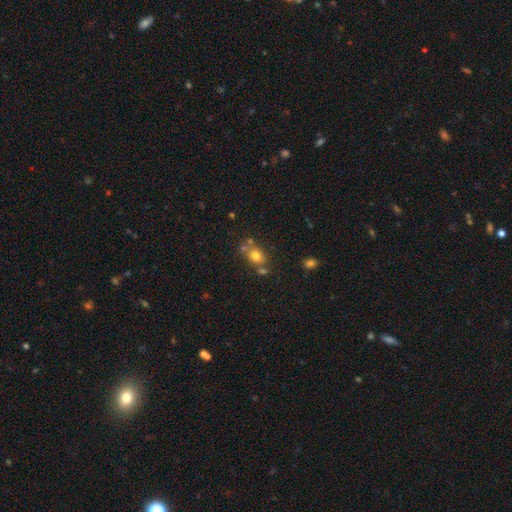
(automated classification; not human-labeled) Overall: smooth (74%). How rounded: round (55%; in between 44%). Merging: none (59%; merger 23%).